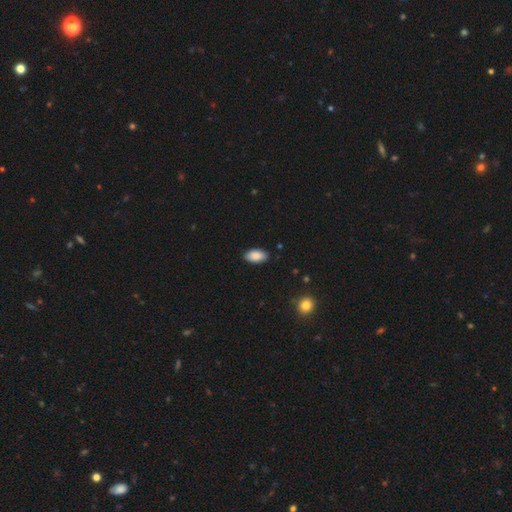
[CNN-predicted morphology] The model was most divided on "merging": none: 87%, minor disturbance: 10%, major disturbance: 2%, merger: 1%. More confident: how rounded — in between (95%); smooth or featured — smooth (89%).